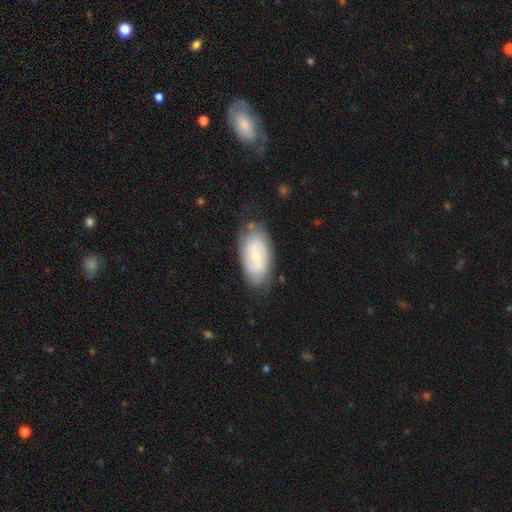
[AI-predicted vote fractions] Smooth or featured?
  - featured or disk: 66% *
  - smooth: 27%
  - star or artifact: 6%
Edge-on disk?
  - no: 94% *
  - yes: 6%
Bar?
  - weak: 49% *
  - no: 31%
  - strong: 20%
Spiral arms?
  - yes: 80% *
  - no: 20%
Bulge size?
  - small: 65% *
  - moderate: 30%
  - none: 3%
  - large: 2%
  - dominant: 1%
Merging?
  - none: 73% *
  - minor disturbance: 19%
  - major disturbance: 5%
  - merger: 2%